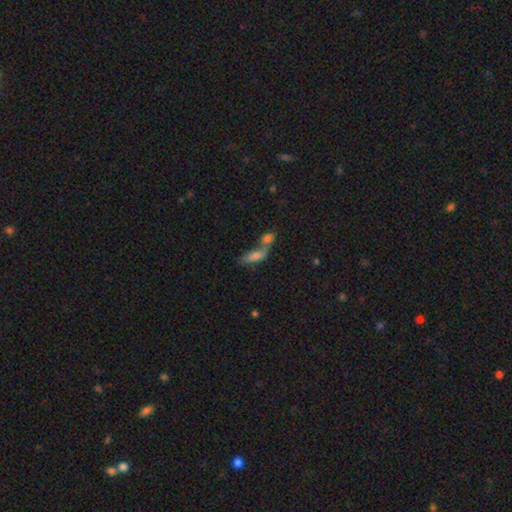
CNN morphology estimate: smooth-or-featured: smooth: 72% | featured or disk: 18% | star or artifact: 10%
  how-rounded: in between: 66% | cigar-shaped: 29% | round: 5%
  merging: merger: 63% | none: 22% | minor disturbance: 9% | major disturbance: 6%